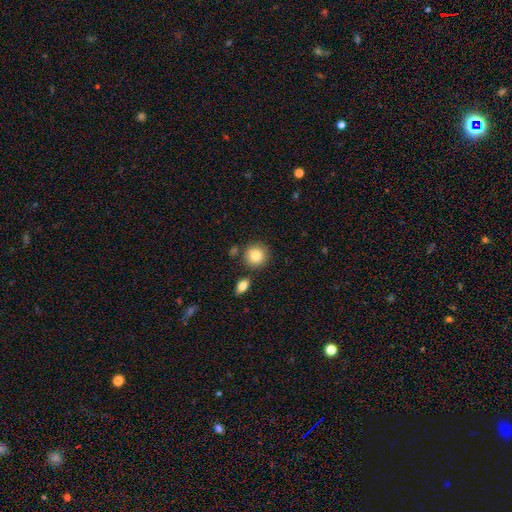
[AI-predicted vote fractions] This is clearly a smooth galaxy (82%). How rounded: clearly round (90%). Merging: likely none (79%).